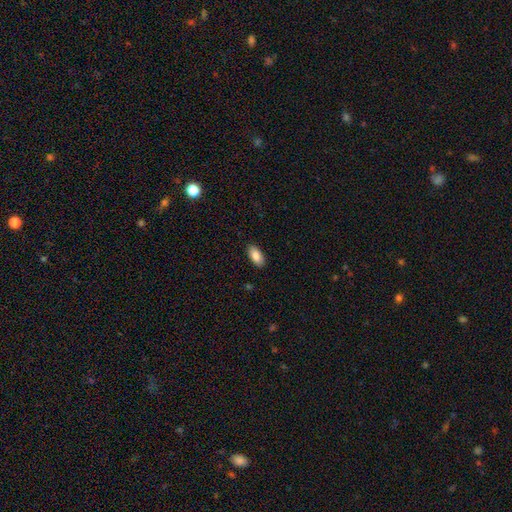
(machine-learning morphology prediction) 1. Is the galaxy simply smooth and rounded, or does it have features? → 86% smooth, 8% featured or disk, 7% star or artifact.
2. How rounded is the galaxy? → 93% in between, 4% cigar-shaped, 2% round.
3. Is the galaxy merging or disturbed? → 89% none, 8% minor disturbance, 2% major disturbance, 1% merger.